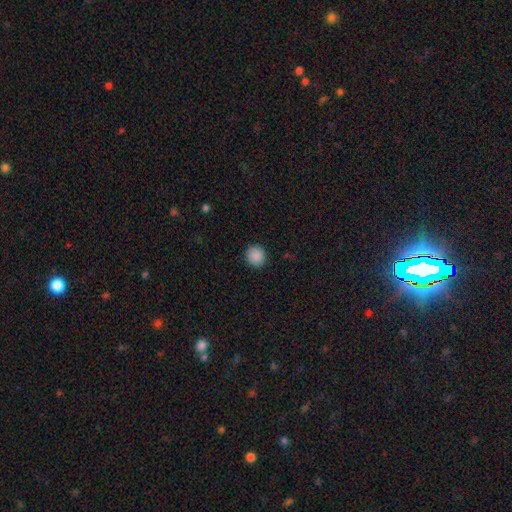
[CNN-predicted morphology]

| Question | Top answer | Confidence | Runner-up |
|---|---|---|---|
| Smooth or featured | smooth | 88% | star or artifact (9%) |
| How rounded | round | 93% | in between (6%) |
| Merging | none | 91% | minor disturbance (6%) |